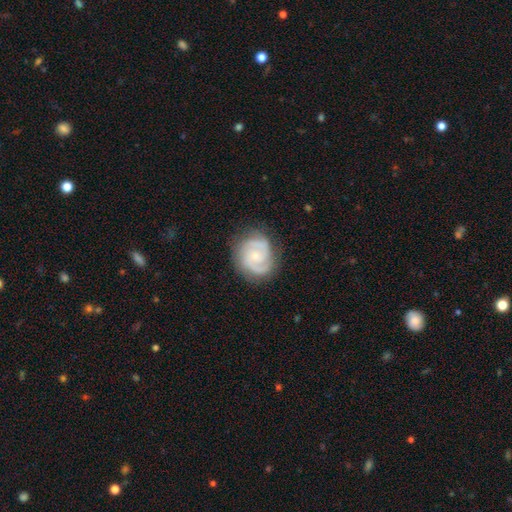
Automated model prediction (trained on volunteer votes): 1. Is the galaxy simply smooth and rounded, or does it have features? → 82% featured or disk, 13% smooth, 5% star or artifact.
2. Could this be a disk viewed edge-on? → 98% no, 2% yes.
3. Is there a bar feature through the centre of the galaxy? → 66% no, 30% weak, 5% strong.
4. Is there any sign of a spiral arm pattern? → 95% yes, 5% no.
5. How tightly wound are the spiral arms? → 52% tight, 40% medium, 9% loose.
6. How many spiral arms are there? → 64% 2, 15% 3, 11% can't tell, 5% 1, 2% 4, 2% more than 4.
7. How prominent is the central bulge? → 66% small, 29% moderate, 3% none, 1% large, 1% dominant.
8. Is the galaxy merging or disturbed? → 78% none, 16% minor disturbance, 6% major disturbance, 1% merger.